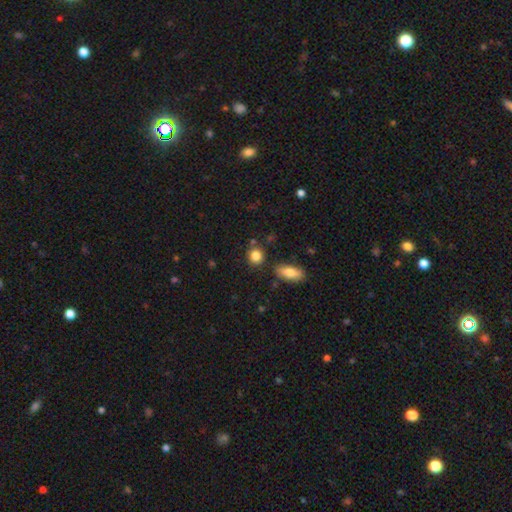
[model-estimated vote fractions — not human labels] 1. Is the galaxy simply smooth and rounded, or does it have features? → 84% smooth, 10% star or artifact, 6% featured or disk.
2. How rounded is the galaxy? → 76% round, 22% in between, 2% cigar-shaped.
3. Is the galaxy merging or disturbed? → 79% none, 11% minor disturbance, 7% merger, 3% major disturbance.